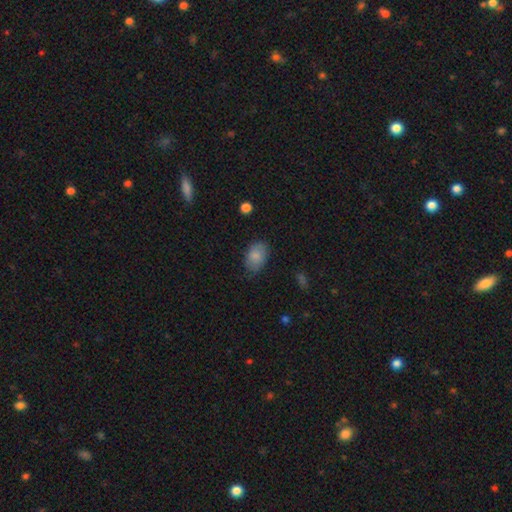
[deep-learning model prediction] The model was most divided on "merging": none: 72%, minor disturbance: 22%, major disturbance: 5%, merger: 1%. More confident: how rounded — in between (87%); smooth or featured — smooth (84%).